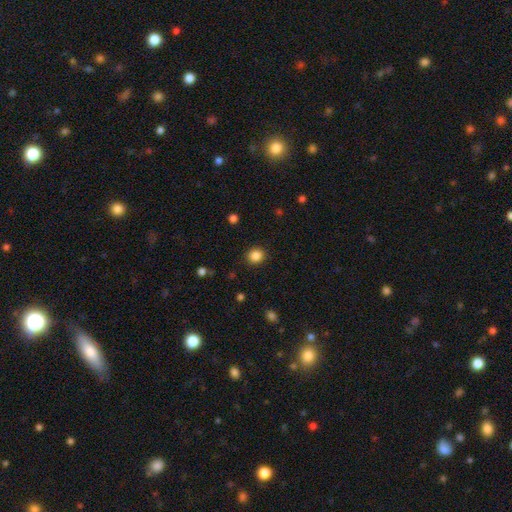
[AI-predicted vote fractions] smooth_or_featured: smooth (p=0.86) [alt: star or artifact p=0.11]
how_rounded: round (p=0.85) [alt: in between p=0.15]
merging: none (p=0.90) [alt: minor disturbance p=0.07]